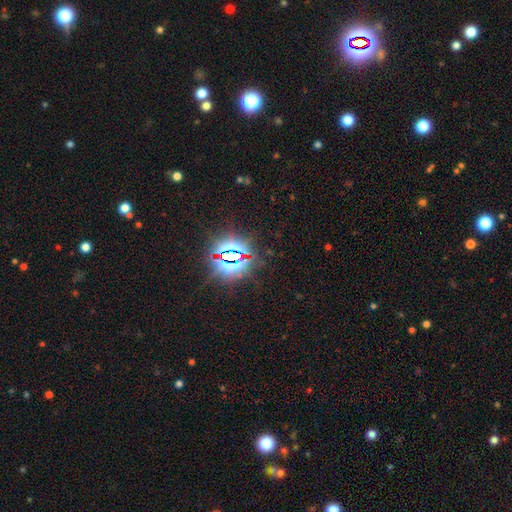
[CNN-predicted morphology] This is clearly a star or artifact rather than a galaxy (84%).